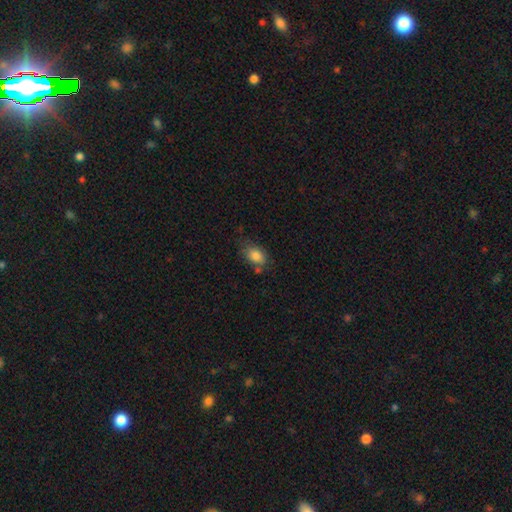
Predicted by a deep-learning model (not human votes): smooth_or_featured: smooth (p=0.83) [alt: featured or disk p=0.08]
how_rounded: in between (p=0.79) [alt: round p=0.19]
merging: none (p=0.56) [alt: minor disturbance p=0.27]